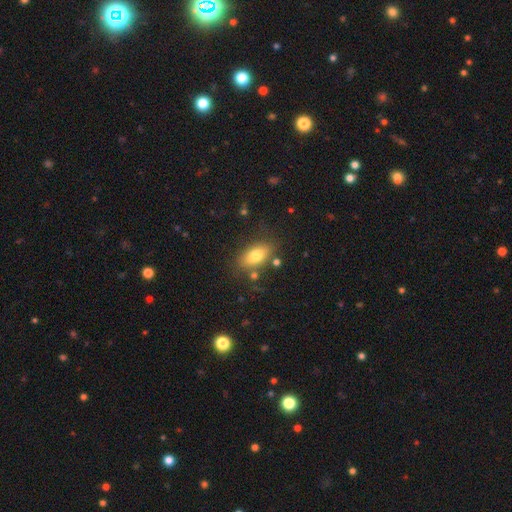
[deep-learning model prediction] Smooth or featured? smooth (76%)
How rounded? in between (86%)
Merging? none (76%)